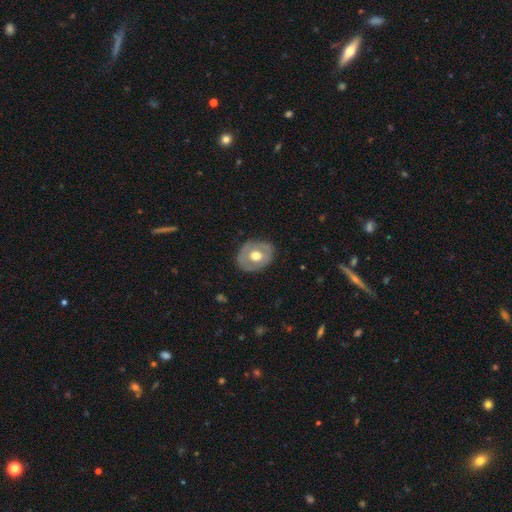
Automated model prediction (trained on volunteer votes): featured or disk 49%, smooth 45%, star or artifact 6%. Down the decision tree: merging — none (79%).